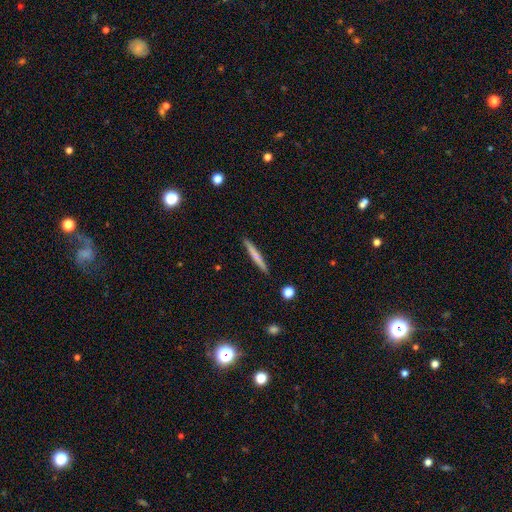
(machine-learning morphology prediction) type=smooth (57%); roundness=cigar-shaped (95%); merging=none (91%).